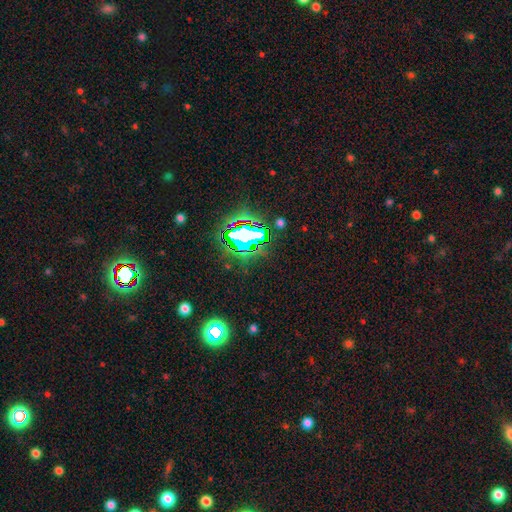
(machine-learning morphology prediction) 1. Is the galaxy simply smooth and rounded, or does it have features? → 78% star or artifact, 13% smooth, 9% featured or disk.